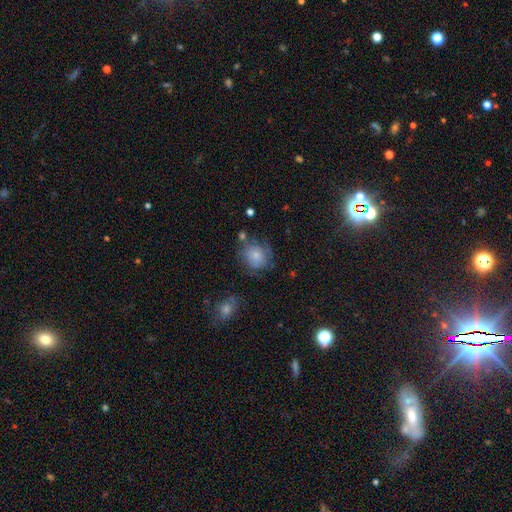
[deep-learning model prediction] This appears to be a smooth galaxy with no disk features (72%) that is round (69%). Merging: none (57%).